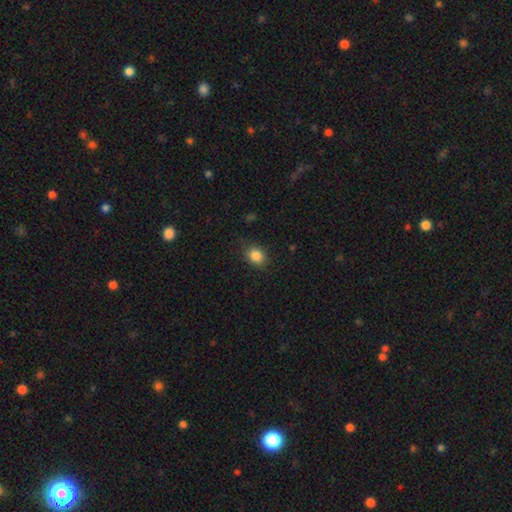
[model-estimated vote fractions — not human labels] smooth 86%, star or artifact 10%, featured or disk 5%. Down the decision tree: how rounded — round (58%); merging — none (82%).